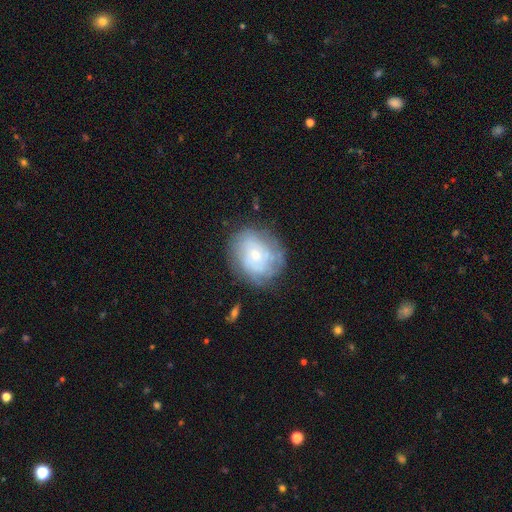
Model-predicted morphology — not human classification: A featured or disk galaxy (54%) with no bar (84%), spiral arms (62%) and a small central bulge (71%). Merging: none (70%).